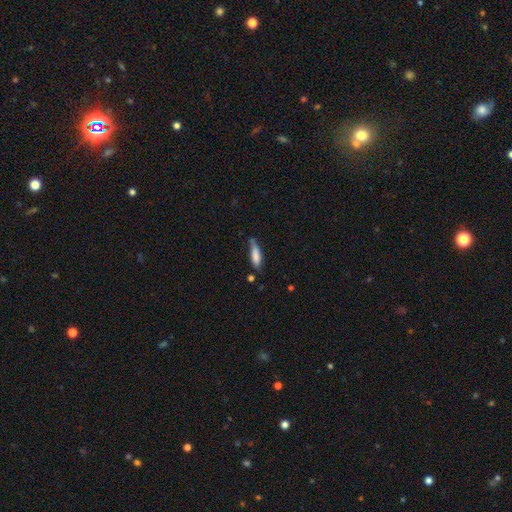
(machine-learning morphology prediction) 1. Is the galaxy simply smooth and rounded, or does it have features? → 77% smooth, 16% featured or disk, 7% star or artifact.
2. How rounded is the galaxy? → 61% cigar-shaped, 37% in between, 2% round.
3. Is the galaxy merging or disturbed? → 53% none, 33% minor disturbance, 9% major disturbance, 5% merger.